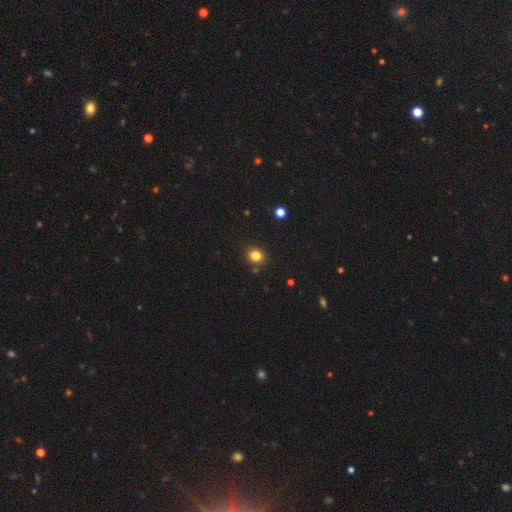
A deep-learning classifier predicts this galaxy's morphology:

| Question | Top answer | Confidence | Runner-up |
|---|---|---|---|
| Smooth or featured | smooth | 83% | star or artifact (13%) |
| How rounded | round | 80% | in between (19%) |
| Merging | none | 87% | minor disturbance (8%) |